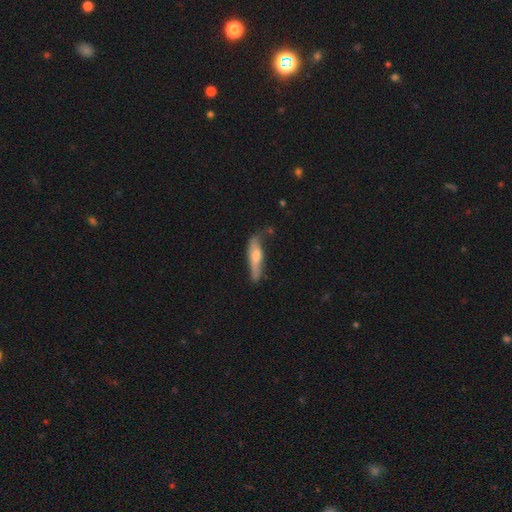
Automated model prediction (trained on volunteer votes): Q: Smooth or featured?
A: smooth (49%); runner-up: featured or disk (45%)
Q: Merging?
A: none (58%); runner-up: minor disturbance (29%)